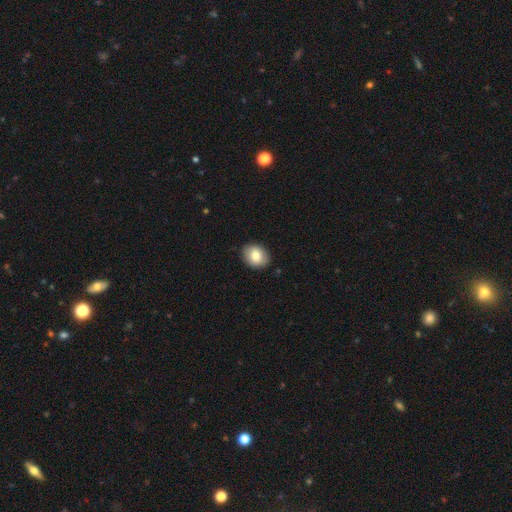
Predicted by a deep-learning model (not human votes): smooth_or_featured: smooth (p=0.82) [alt: featured or disk p=0.10]
how_rounded: in between (p=0.55) [alt: round p=0.44]
merging: none (p=0.88) [alt: minor disturbance p=0.09]